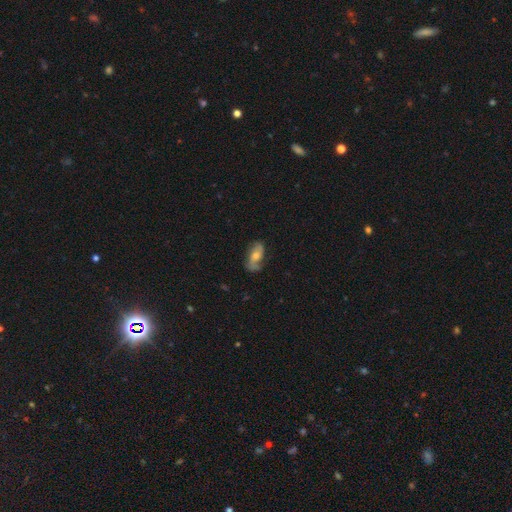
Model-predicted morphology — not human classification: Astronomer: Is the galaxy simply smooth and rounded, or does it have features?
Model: featured or disk — 57% (runner-up: smooth, 34%).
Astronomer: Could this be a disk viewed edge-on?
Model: no — 89%.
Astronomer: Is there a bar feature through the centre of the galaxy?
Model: no — 65%.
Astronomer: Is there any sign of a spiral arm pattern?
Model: yes — 83%.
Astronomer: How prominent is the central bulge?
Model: moderate — 63%.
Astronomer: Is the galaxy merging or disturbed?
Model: none — 68%.